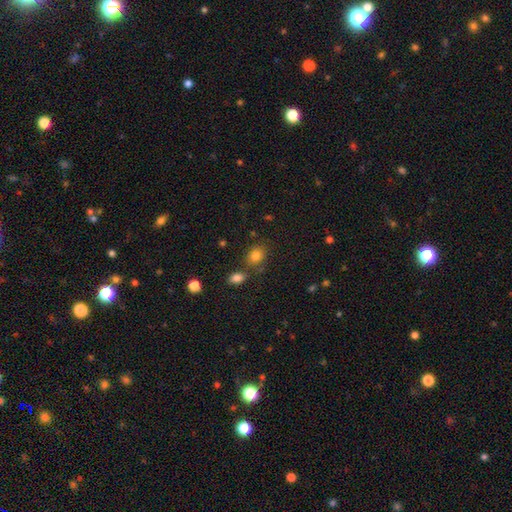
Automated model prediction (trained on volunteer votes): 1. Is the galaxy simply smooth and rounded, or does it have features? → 82% smooth, 11% star or artifact, 7% featured or disk.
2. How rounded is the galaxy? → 51% in between, 48% round, 1% cigar-shaped.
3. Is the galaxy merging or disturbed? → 70% none, 13% minor disturbance, 13% merger, 4% major disturbance.